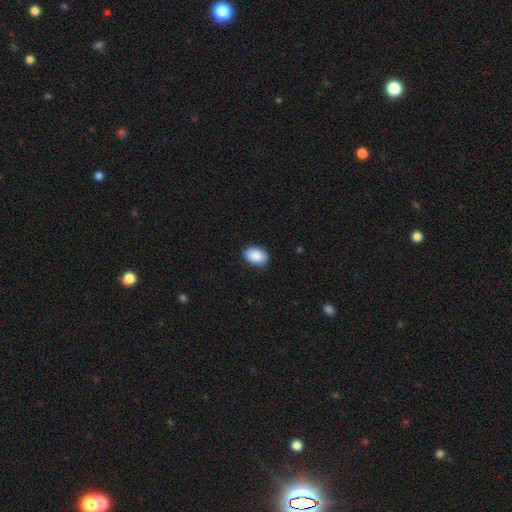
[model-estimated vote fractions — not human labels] Smooth or featured: smooth — 90% (star or artifact — 6%)
How rounded: in between — 86% (round — 13%)
Merging: none — 88% (minor disturbance — 9%)